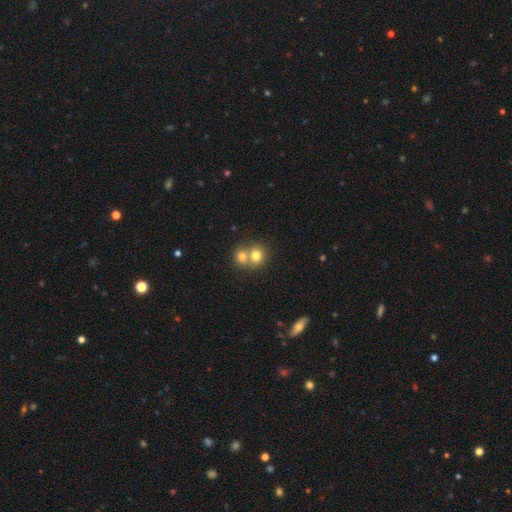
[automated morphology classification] Smooth or featured?
  - smooth: 75% *
  - featured or disk: 14%
  - star or artifact: 11%
How rounded?
  - round: 75% *
  - in between: 24%
  - cigar-shaped: 1%
Merging?
  - merger: 62% *
  - none: 31%
  - minor disturbance: 5%
  - major disturbance: 2%